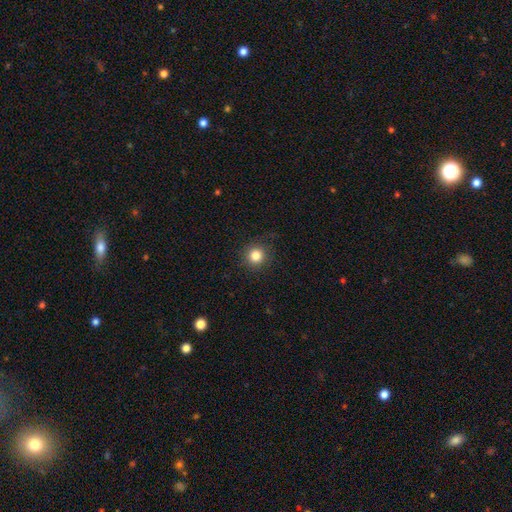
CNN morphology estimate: Smooth or featured? smooth (83%)
How rounded? round (93%)
Merging? none (87%)